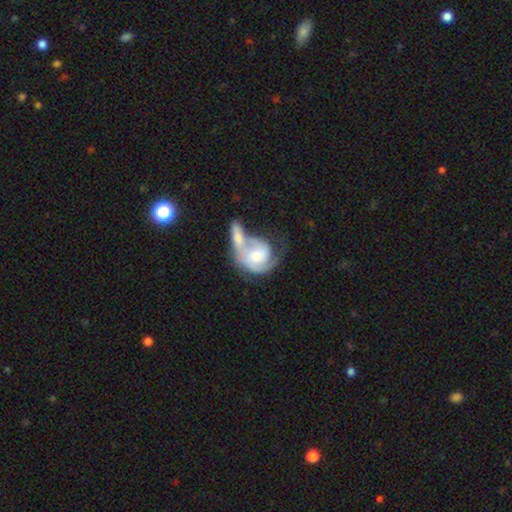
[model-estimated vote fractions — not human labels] This is likely a featured or disk galaxy (66%). It is clearly not viewed edge-on (96%). Bar: likely no (69%). Spiral arm pattern: clearly yes (85%). Spiral arm count: marginally 2 (43%). Spiral winding: possibly tight (47%). Central bulge: marginally moderate (44%). Merging: possibly merger (58%).